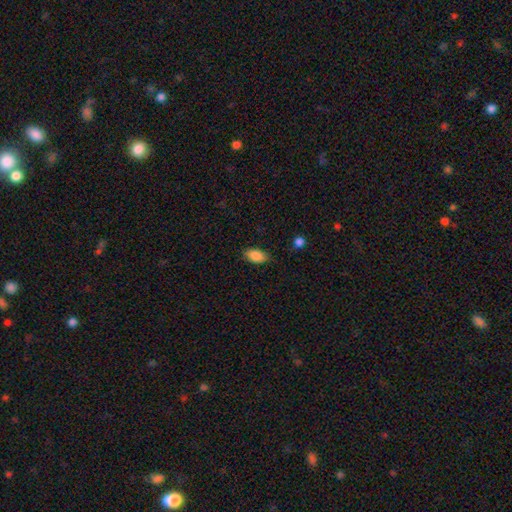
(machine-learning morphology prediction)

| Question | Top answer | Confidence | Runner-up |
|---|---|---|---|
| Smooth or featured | smooth | 86% | star or artifact (8%) |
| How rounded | in between | 91% | round (6%) |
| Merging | none | 81% | minor disturbance (14%) |